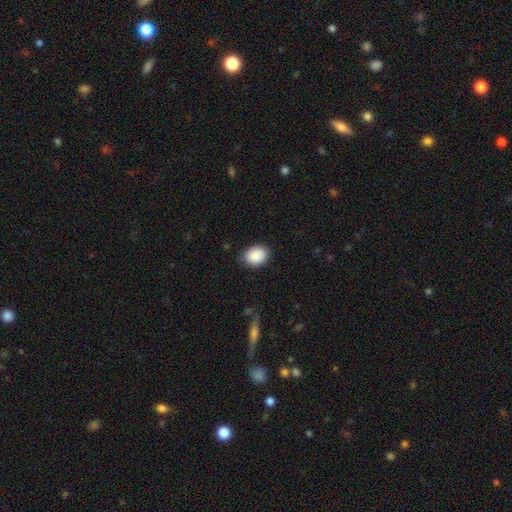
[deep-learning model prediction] smooth_or_featured: smooth (p=0.89) [alt: star or artifact p=0.07]
how_rounded: in between (p=0.66) [alt: round p=0.33]
merging: none (p=0.83) [alt: minor disturbance p=0.13]